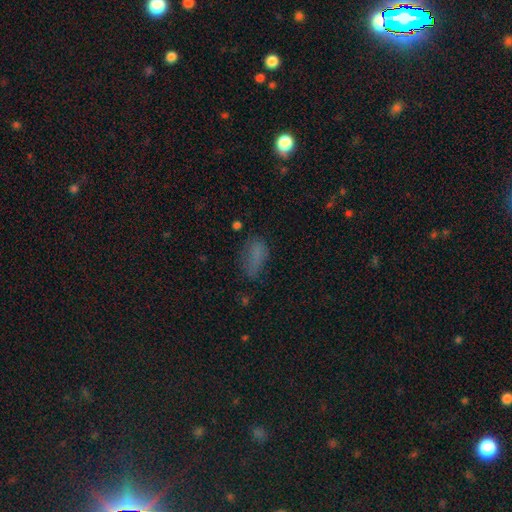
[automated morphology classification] type=smooth (70%); roundness=in between (83%); merging=none (52%).